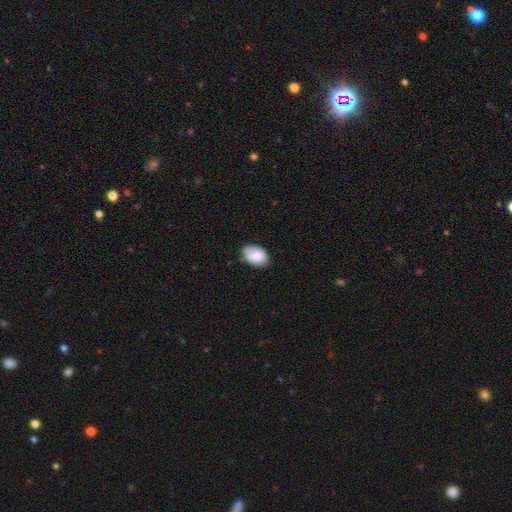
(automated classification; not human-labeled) Smooth or featured?
  - smooth: 82% *
  - featured or disk: 11%
  - star or artifact: 7%
How rounded?
  - in between: 83% *
  - round: 15%
  - cigar-shaped: 1%
Merging?
  - none: 64% *
  - minor disturbance: 28%
  - major disturbance: 5%
  - merger: 3%